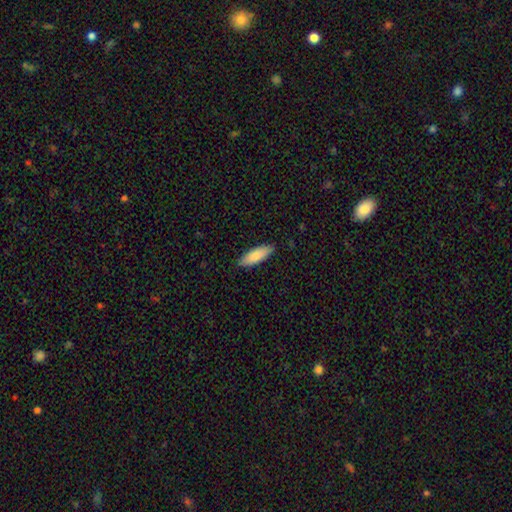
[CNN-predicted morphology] type=smooth (85%); roundness=in between (58%); merging=none (87%).